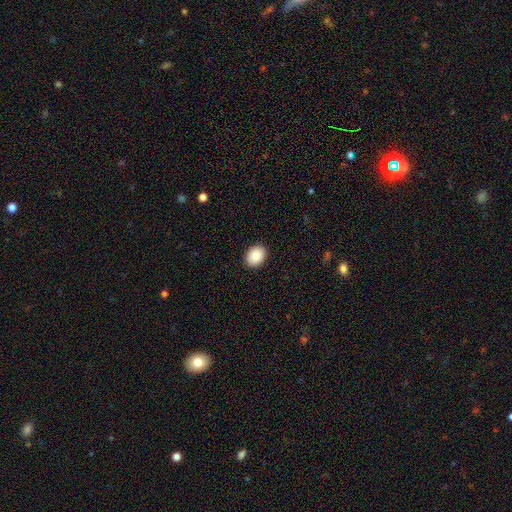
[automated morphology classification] This is clearly a smooth galaxy (87%). How rounded: likely in between (63%). Merging: clearly none (91%).